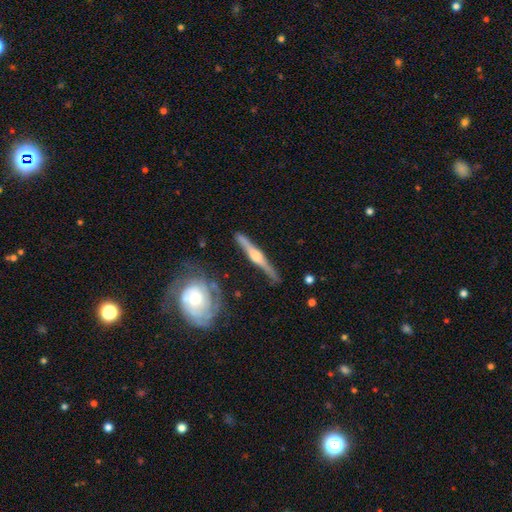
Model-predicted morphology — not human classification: This appears to be a featured or disk galaxy (81%) viewed edge-on (98%) with a rounded central bulge (88%). Merging: none (86%).